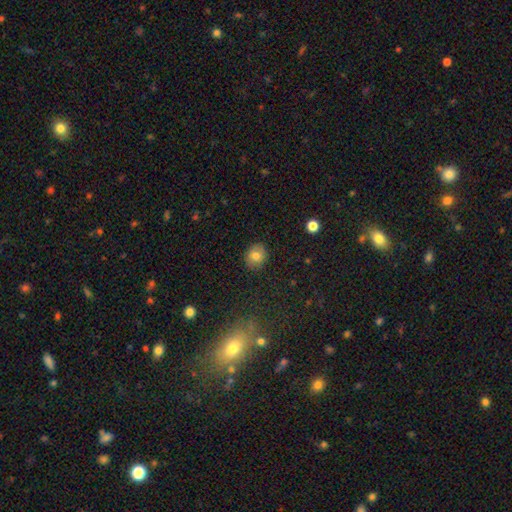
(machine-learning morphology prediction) smooth-or-featured: smooth: 78% | star or artifact: 11% | featured or disk: 11%
  how-rounded: round: 67% | in between: 32% | cigar-shaped: 1%
  merging: none: 87% | minor disturbance: 9% | major disturbance: 2% | merger: 1%